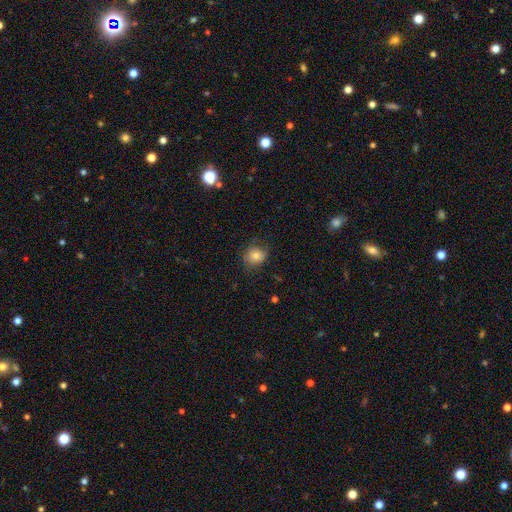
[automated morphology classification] This is likely a smooth galaxy (70%). How rounded: likely round (72%). Merging: likely none (68%).